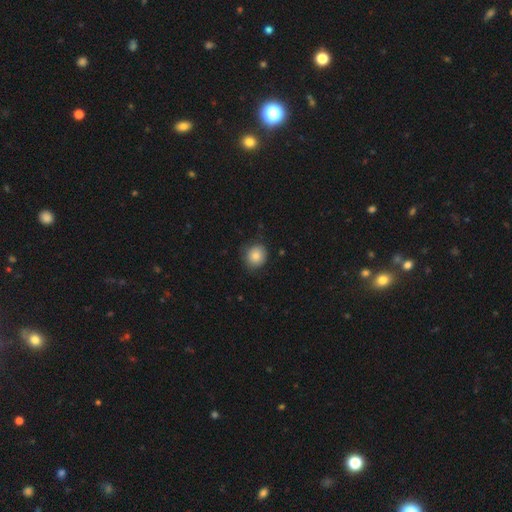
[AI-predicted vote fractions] Smooth or featured?
  - smooth: 83% *
  - star or artifact: 9%
  - featured or disk: 8%
How rounded?
  - round: 83% *
  - in between: 16%
  - cigar-shaped: 1%
Merging?
  - none: 79% *
  - minor disturbance: 16%
  - major disturbance: 3%
  - merger: 1%